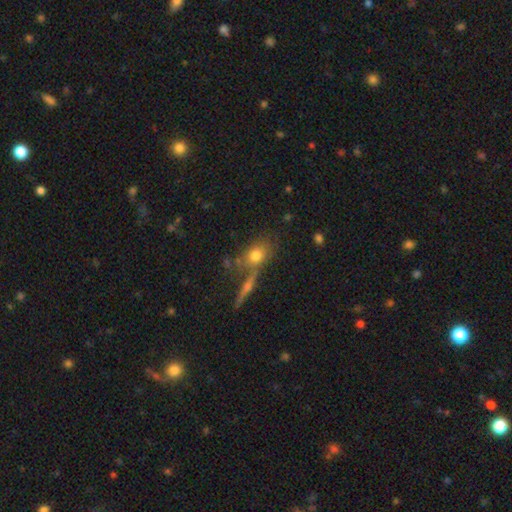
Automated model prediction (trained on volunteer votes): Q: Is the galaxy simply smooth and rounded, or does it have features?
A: smooth — 72%.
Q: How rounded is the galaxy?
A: in between — 57%.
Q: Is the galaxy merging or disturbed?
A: none — 55%.